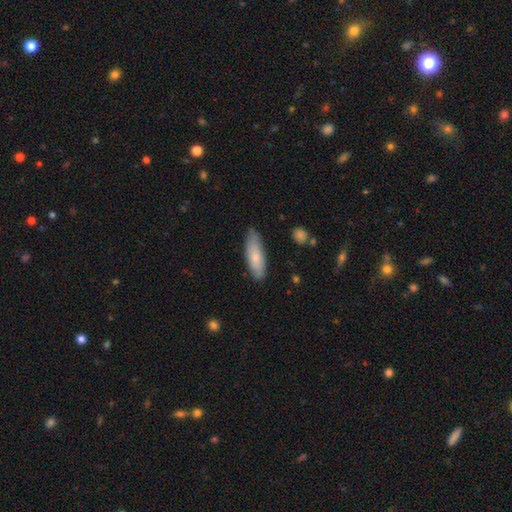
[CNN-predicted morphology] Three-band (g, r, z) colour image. It shows a smooth galaxy with no disk features (74%) that is cigar-shaped (50%). Merging: none (80%).